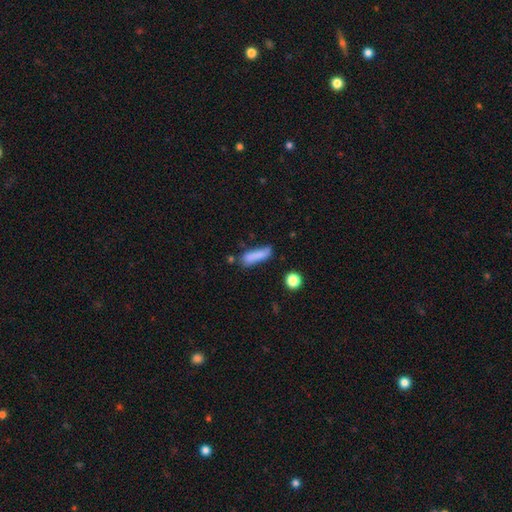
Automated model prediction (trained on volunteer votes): Smooth or featured? smooth (79%)
How rounded? cigar-shaped (63%)
Merging? none (56%)